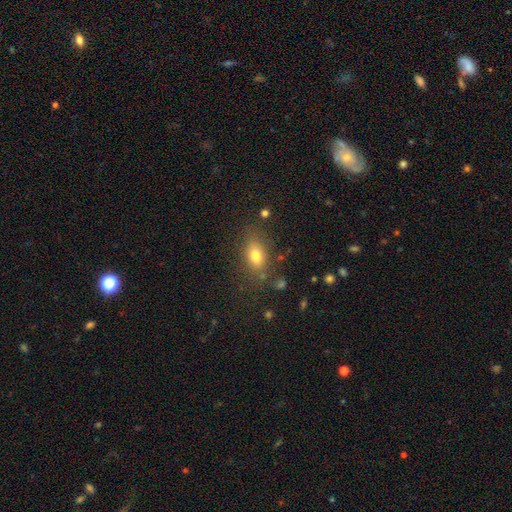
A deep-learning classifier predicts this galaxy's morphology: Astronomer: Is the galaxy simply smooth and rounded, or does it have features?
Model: smooth — 77%.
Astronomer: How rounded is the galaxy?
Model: in between — 79%.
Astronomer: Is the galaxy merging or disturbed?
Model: none — 76%.